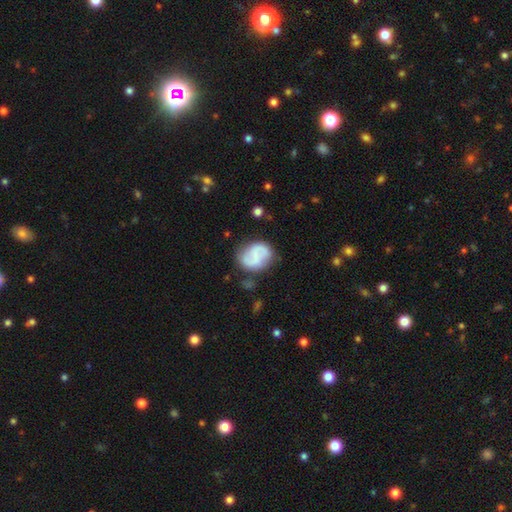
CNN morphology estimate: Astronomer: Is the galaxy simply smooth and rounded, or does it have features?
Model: featured or disk — 58% (runner-up: smooth, 35%).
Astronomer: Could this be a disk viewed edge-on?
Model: no — 98%.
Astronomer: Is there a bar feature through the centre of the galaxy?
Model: weak — 44% (runner-up: no, 41%).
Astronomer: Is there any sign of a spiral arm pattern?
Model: yes — 88%.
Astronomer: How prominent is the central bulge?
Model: small — 43% (runner-up: none, 38%).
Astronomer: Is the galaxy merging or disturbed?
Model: none — 70%.